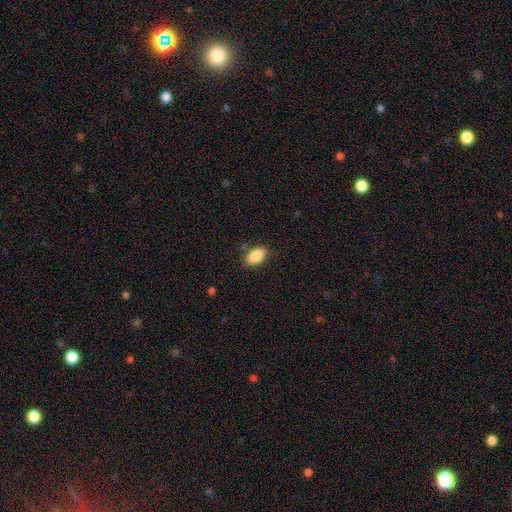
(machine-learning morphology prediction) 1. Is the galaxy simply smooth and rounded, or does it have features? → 88% smooth, 8% star or artifact, 4% featured or disk.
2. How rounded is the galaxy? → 90% in between, 8% round, 2% cigar-shaped.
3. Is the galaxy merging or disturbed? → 83% none, 12% minor disturbance, 3% major disturbance, 2% merger.